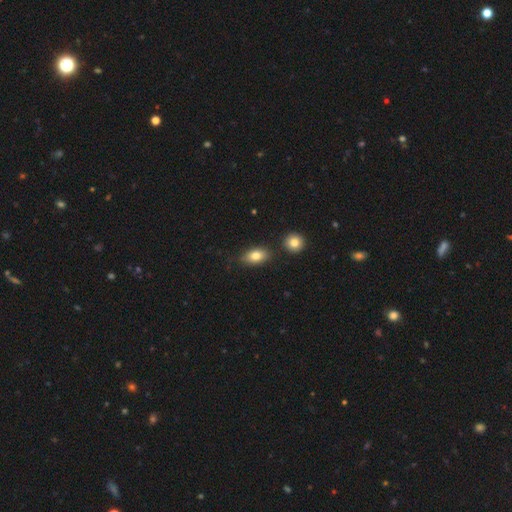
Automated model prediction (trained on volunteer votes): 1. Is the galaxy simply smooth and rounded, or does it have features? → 81% smooth, 12% featured or disk, 8% star or artifact.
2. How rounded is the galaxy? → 86% in between, 10% round, 4% cigar-shaped.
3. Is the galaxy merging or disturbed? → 74% none, 15% minor disturbance, 7% merger, 4% major disturbance.